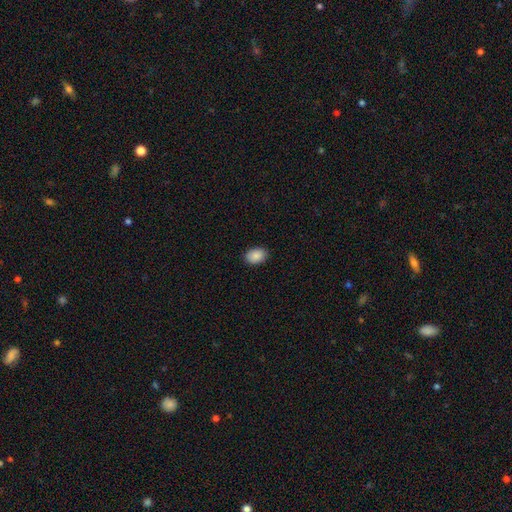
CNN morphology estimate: smooth 89%, star or artifact 7%, featured or disk 4%. Down the decision tree: how rounded — in between (81%); merging — none (89%).